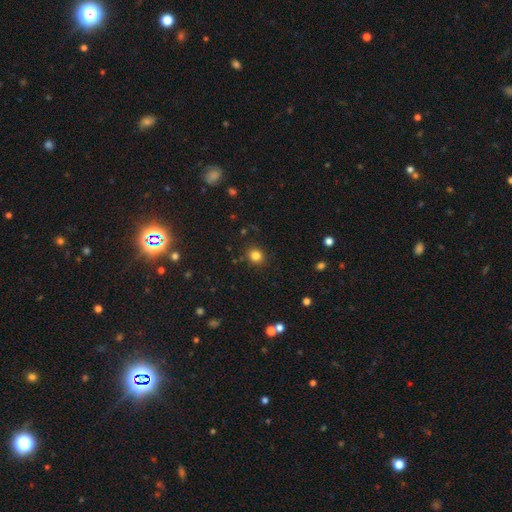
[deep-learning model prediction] Overall: smooth (82%). How rounded: round (79%). Merging: none (88%).